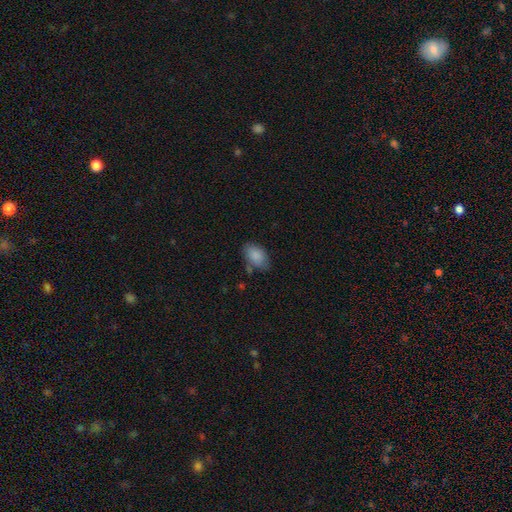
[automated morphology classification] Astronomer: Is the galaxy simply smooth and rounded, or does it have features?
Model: smooth — 87%.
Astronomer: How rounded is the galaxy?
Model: in between — 91%.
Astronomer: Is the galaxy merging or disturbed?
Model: none — 67%.